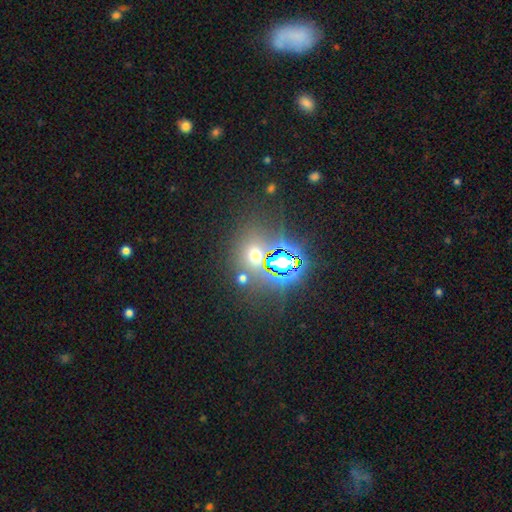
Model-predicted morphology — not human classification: Q: Smooth or featured?
A: star or artifact (53%); runner-up: smooth (38%)